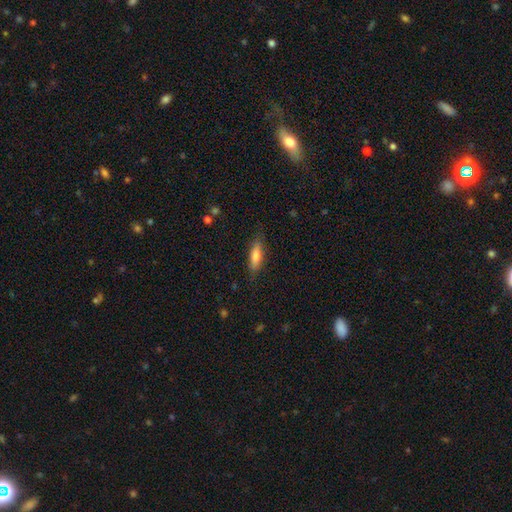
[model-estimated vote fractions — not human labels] Q: Smooth or featured?
A: smooth (79%); runner-up: featured or disk (14%)
Q: How rounded?
A: cigar-shaped (49%); tied with: in between (49%)
Q: Merging?
A: none (82%); runner-up: minor disturbance (14%)